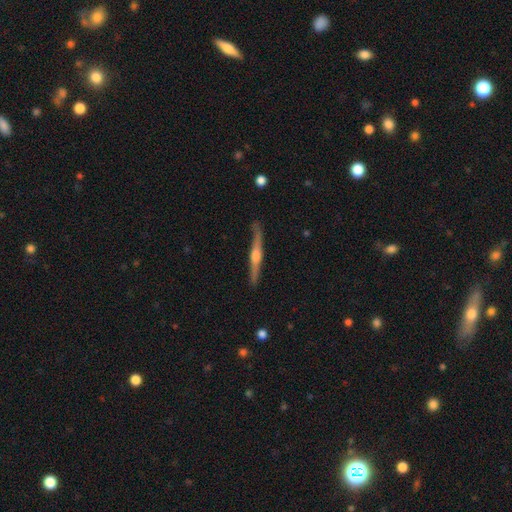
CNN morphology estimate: The model was most divided on "smooth or featured": featured or disk: 80%, smooth: 15%, star or artifact: 5%. More confident: edge-on disk — yes (98%); edge-on bulge — rounded (88%); merging — none (87%).